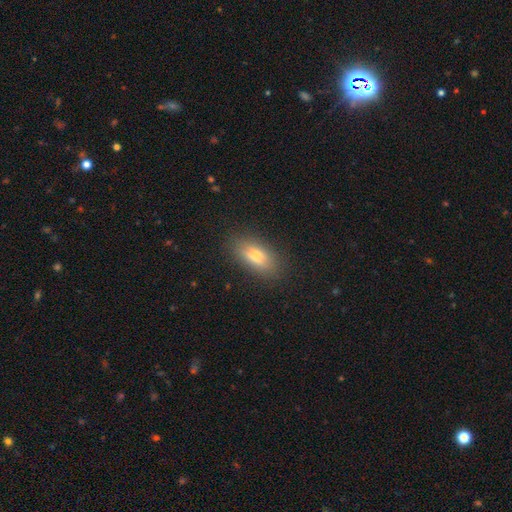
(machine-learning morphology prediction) Q: Smooth or featured?
A: smooth (76%); runner-up: featured or disk (15%)
Q: How rounded?
A: in between (81%); runner-up: cigar-shaped (14%)
Q: Merging?
A: none (83%); runner-up: minor disturbance (12%)